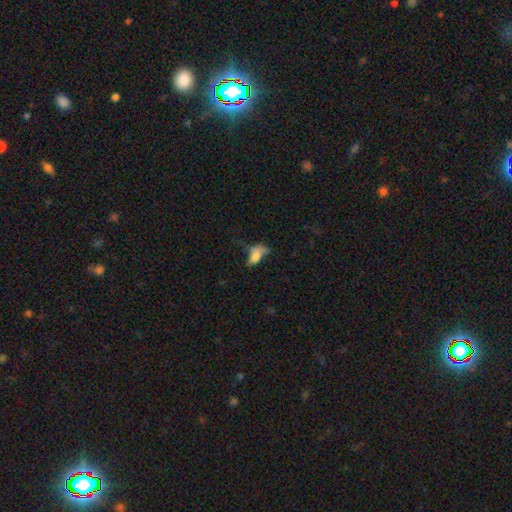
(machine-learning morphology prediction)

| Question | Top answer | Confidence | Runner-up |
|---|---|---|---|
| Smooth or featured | smooth | 64% | featured or disk (23%) |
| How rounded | in between | 83% | cigar-shaped (10%) |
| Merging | major disturbance | 41% | none (24%) |